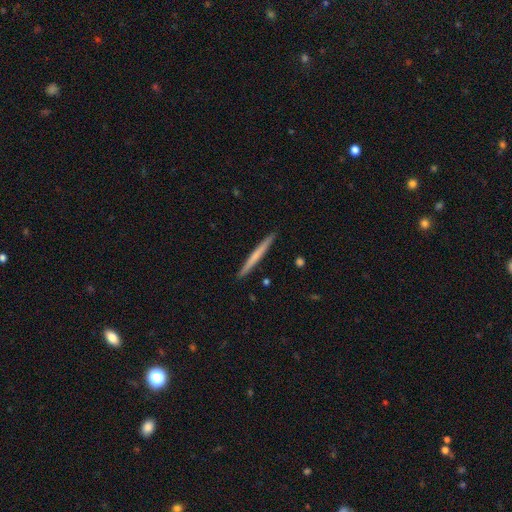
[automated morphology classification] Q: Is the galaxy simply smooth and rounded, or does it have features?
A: smooth — 57%.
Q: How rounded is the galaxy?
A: cigar-shaped — 97%.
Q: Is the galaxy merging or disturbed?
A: none — 93%.